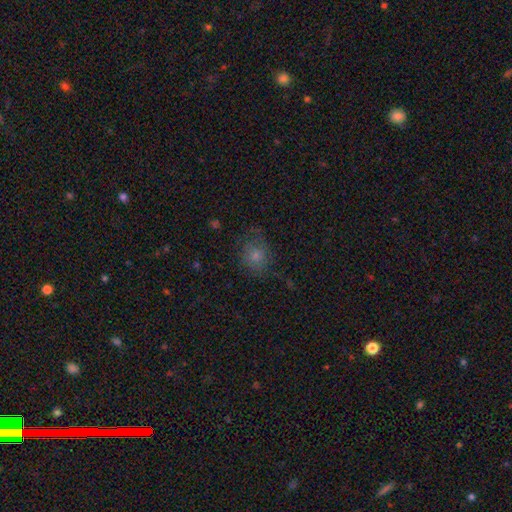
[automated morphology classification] Smooth or featured? Predicted: smooth (p=0.60). How rounded? Predicted: round (p=0.71). Merging? Predicted: none (p=0.71).